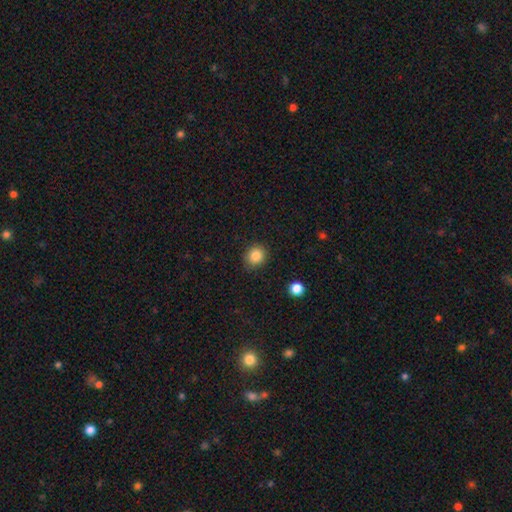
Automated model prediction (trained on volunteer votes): Morphology: type=smooth (86%); roundness=round (77%); merging=none (88%).